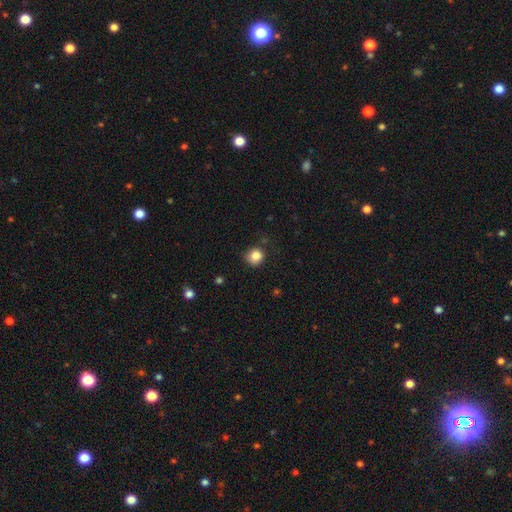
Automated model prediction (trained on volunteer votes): Smooth or featured? Predicted: smooth (p=0.84). How rounded? Predicted: round (p=0.88). Merging? Predicted: none (p=0.76).